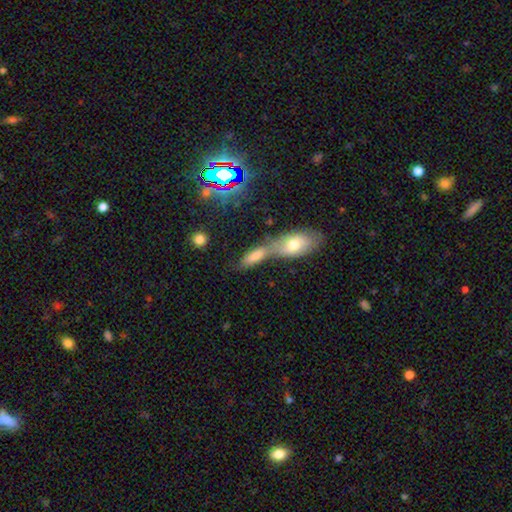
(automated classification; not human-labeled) smooth_or_featured: smooth (p=0.67) [alt: featured or disk p=0.19]
how_rounded: in between (p=0.70) [alt: cigar-shaped p=0.25]
merging: merger (p=0.58) [alt: none p=0.28]